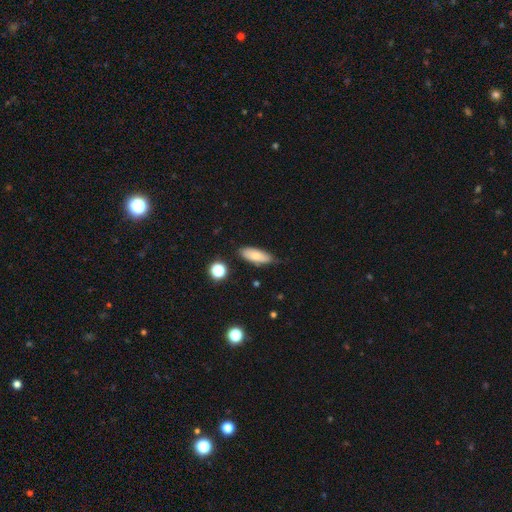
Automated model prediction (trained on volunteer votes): Smooth or featured: smooth — 78% (featured or disk — 14%)
How rounded: in between — 72% (cigar-shaped — 25%)
Merging: none — 75% (minor disturbance — 19%)